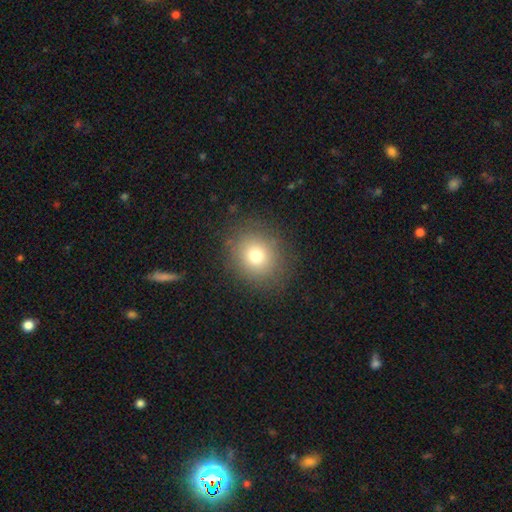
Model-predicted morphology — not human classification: Smooth or featured?
  - smooth: 74% *
  - star or artifact: 15%
  - featured or disk: 11%
How rounded?
  - round: 79% *
  - in between: 20%
  - cigar-shaped: 1%
Merging?
  - none: 86% *
  - minor disturbance: 9%
  - major disturbance: 4%
  - merger: 1%